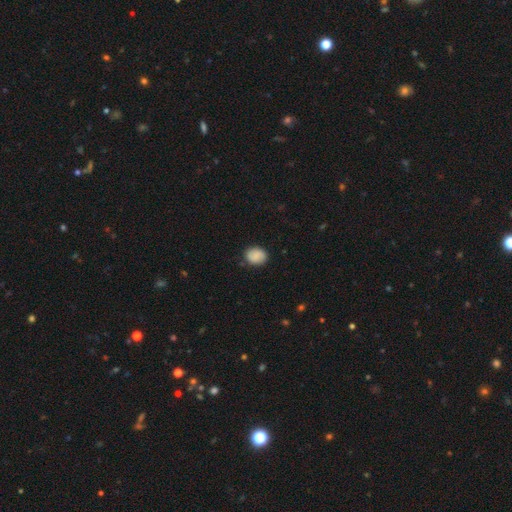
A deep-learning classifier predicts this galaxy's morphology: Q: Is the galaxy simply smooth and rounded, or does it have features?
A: smooth — 77%.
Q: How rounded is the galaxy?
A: round — 55%.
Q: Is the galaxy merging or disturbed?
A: none — 81%.